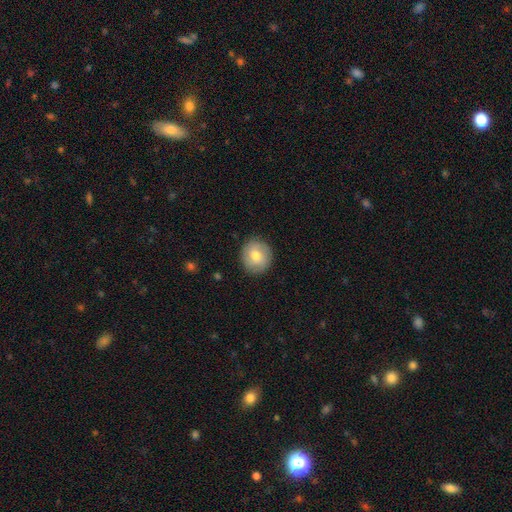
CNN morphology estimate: This appears to be a smooth galaxy with no disk features (72%) that is round (90%). Merging: none (89%).